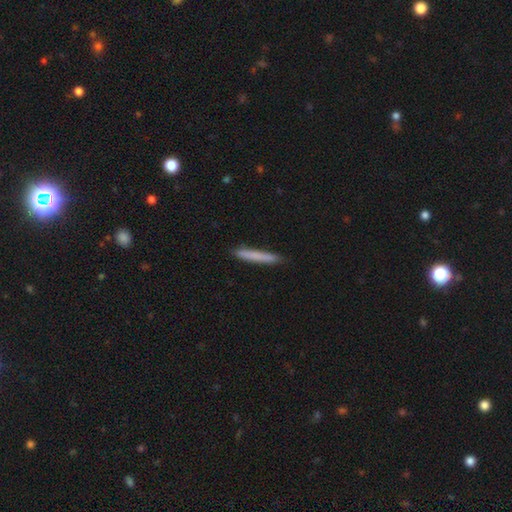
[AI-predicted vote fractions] Smooth or featured?
  - smooth: 77% *
  - featured or disk: 17%
  - star or artifact: 6%
How rounded?
  - cigar-shaped: 96% *
  - in between: 3%
  - round: 1%
Merging?
  - none: 87% *
  - minor disturbance: 10%
  - major disturbance: 2%
  - merger: 1%